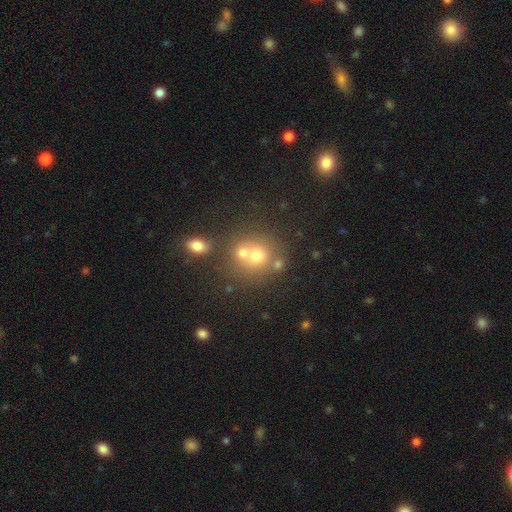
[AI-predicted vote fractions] smooth-or-featured: smooth: 62% | featured or disk: 20% | star or artifact: 18%
  how-rounded: round: 81% | in between: 18% | cigar-shaped: 1%
  merging: merger: 45% | none: 43% | minor disturbance: 8% | major disturbance: 4%